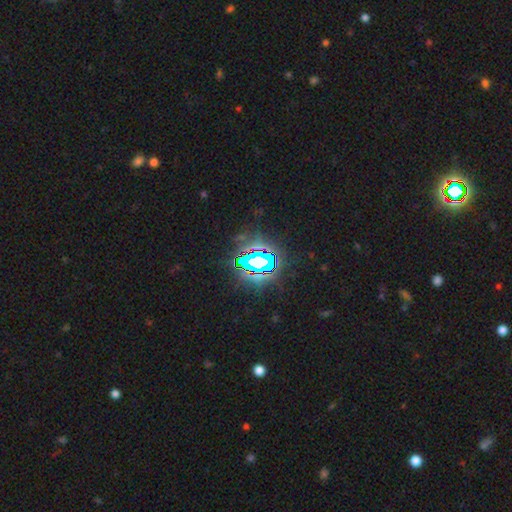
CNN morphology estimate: Smooth or featured: star or artifact — 85% (smooth — 9%)